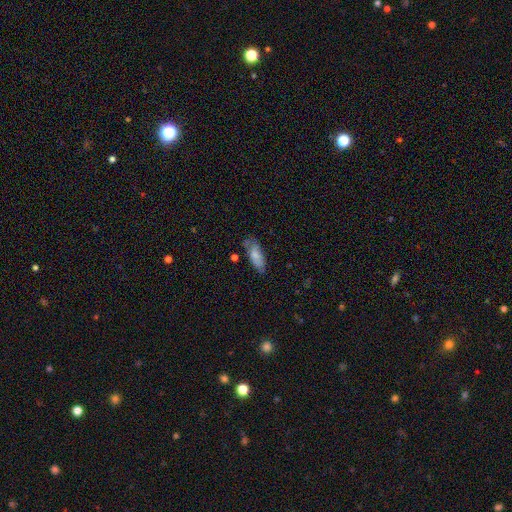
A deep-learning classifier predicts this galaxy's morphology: type=smooth (74%); roundness=in between (76%); merging=none (56%).